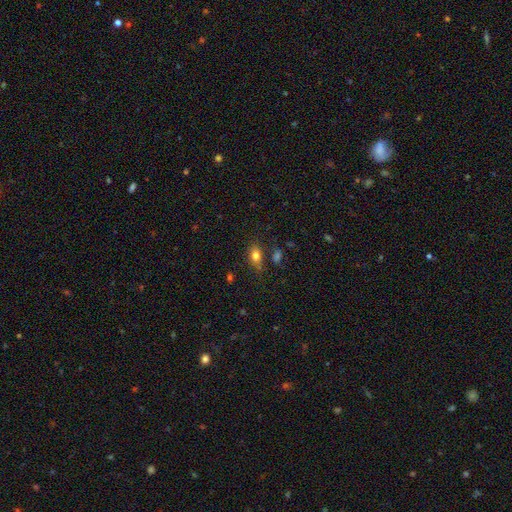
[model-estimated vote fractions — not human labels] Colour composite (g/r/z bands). It shows a smooth galaxy with no disk features (79%) that is in between round and cigar-shaped (80%). Merging: none (70%).